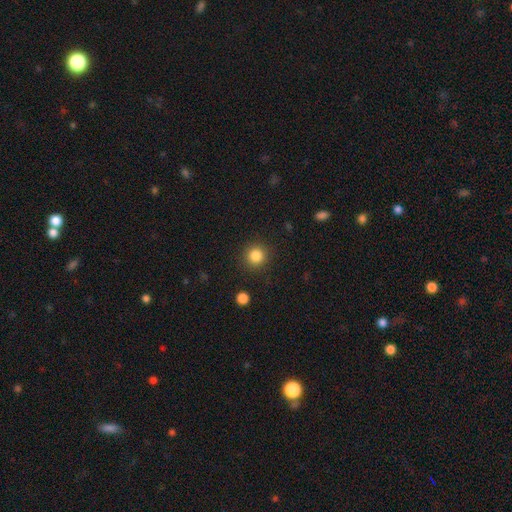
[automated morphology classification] type=smooth (85%); roundness=round (94%); merging=none (90%).